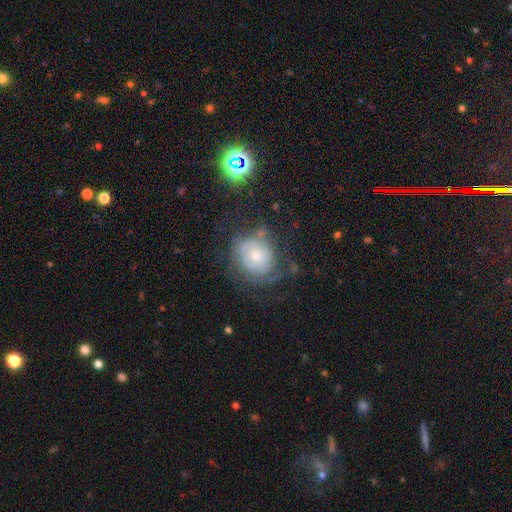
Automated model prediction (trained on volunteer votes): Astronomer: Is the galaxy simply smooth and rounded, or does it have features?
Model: featured or disk — 59%.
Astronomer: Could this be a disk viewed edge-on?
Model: no — 97%.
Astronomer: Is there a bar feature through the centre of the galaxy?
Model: no — 78%.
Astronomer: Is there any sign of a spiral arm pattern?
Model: yes — 74%.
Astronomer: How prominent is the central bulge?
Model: moderate — 54% (runner-up: small, 38%).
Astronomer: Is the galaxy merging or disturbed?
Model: none — 55%.